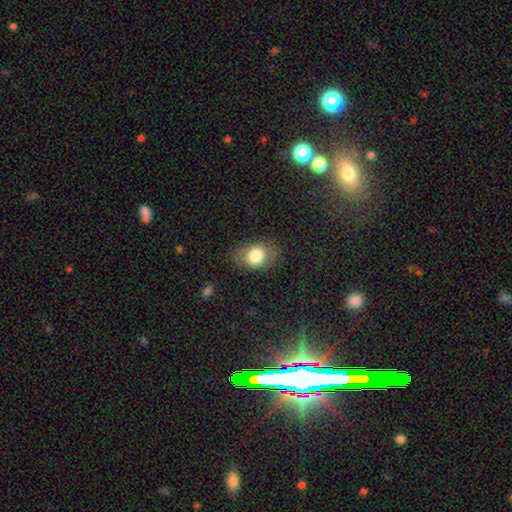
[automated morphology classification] A smooth galaxy with no disk features (80%) that is in between round and cigar-shaped (68%).

Vote fractions:
- Smooth or featured? smooth: 80% / featured or disk: 11% / star or artifact: 9%
- How rounded? in between: 68% / round: 31% / cigar-shaped: 1%
- Merging? none: 76% / minor disturbance: 17% / major disturbance: 6% / merger: 1%